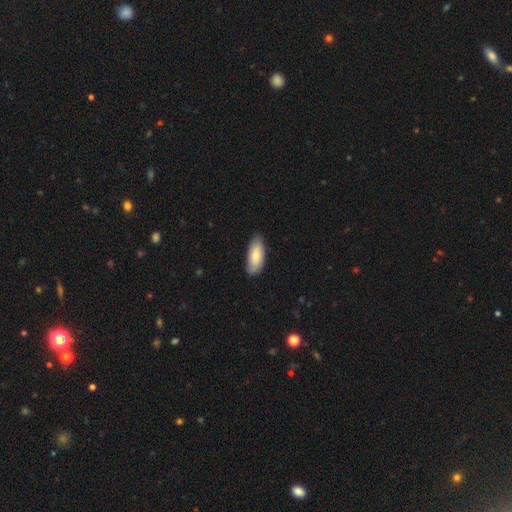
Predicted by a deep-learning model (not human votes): smooth-or-featured: smooth: 74% | featured or disk: 21% | star or artifact: 5%
  how-rounded: in between: 86% | cigar-shaped: 12% | round: 2%
  merging: none: 81% | minor disturbance: 15% | major disturbance: 2% | merger: 1%